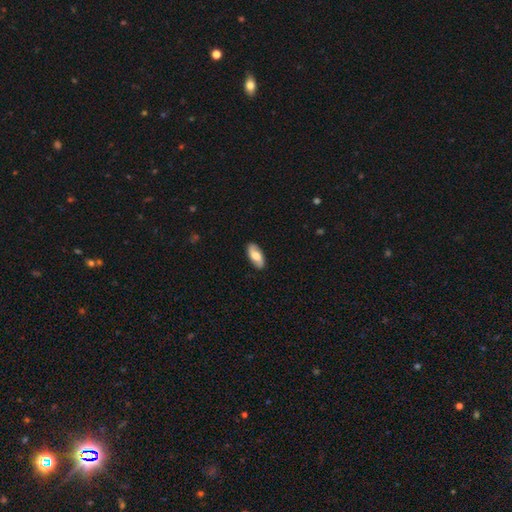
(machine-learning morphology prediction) type=smooth (52%); roundness=in between (87%); merging=none (87%).